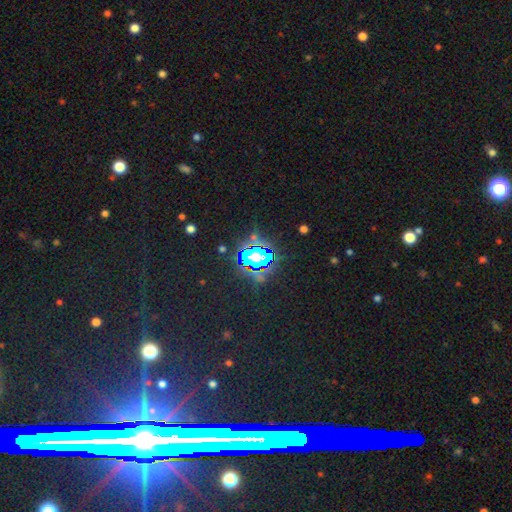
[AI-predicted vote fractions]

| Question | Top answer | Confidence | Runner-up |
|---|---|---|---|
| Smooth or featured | star or artifact | 68% | smooth (20%) |